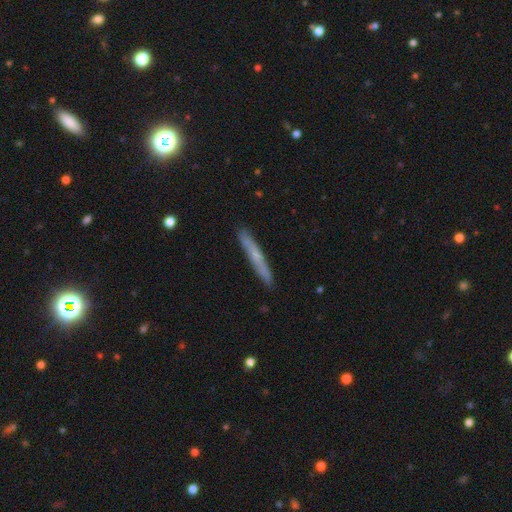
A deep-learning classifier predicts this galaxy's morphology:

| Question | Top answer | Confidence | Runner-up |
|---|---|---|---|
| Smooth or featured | smooth | 54% | featured or disk (40%) |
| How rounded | cigar-shaped | 96% | in between (2%) |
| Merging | none | 89% | minor disturbance (8%) |